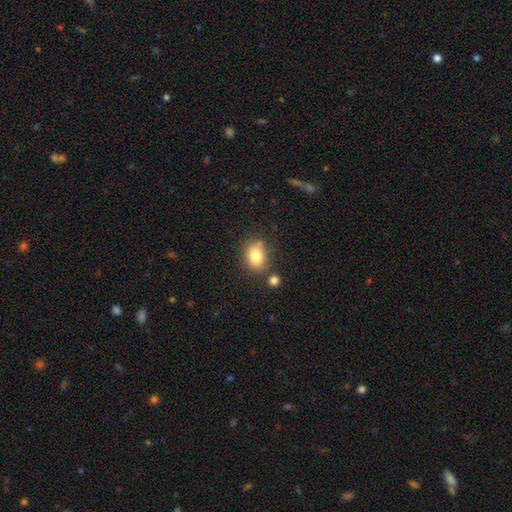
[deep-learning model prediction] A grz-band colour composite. It shows a smooth galaxy with no disk features (83%) that is in between round and cigar-shaped (66%). Merging: none (68%).